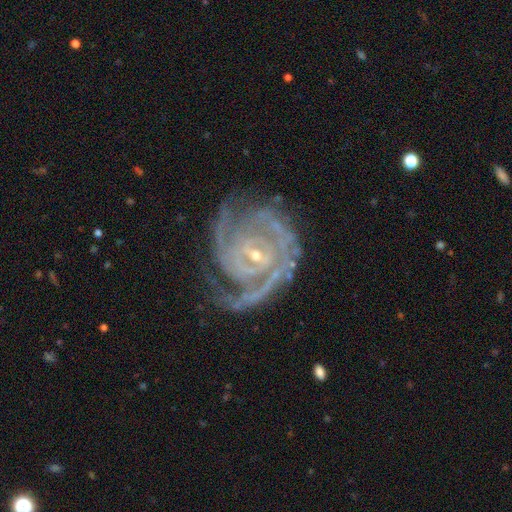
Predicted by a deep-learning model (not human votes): This appears to be a featured or disk galaxy (91%) with no bar (43%), 2 (36%) tight (72%) spiral arms (98%) and a small central bulge (78%). Merging: none (65%).